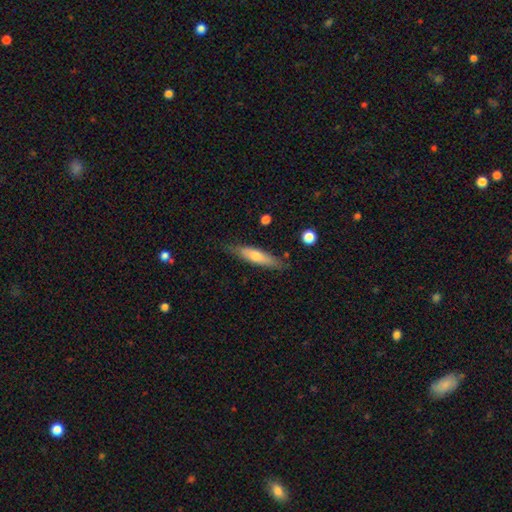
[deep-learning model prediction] smooth 60%, featured or disk 34%, star or artifact 6%. Down the decision tree: how rounded — cigar-shaped (78%); merging — none (79%).